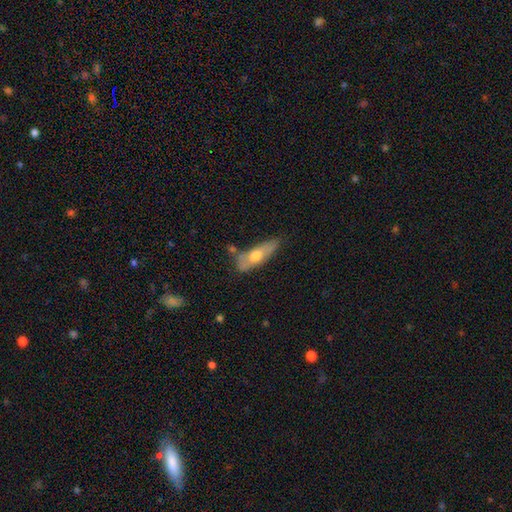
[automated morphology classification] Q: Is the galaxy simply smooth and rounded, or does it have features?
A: smooth — 56%.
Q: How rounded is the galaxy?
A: in between — 52%.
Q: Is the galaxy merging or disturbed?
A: none — 54%.